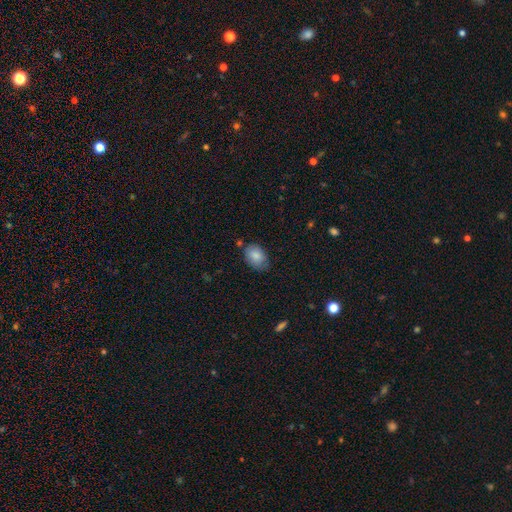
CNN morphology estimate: This is clearly a smooth galaxy (84%). How rounded: clearly in between (84%). Merging: likely none (66%).